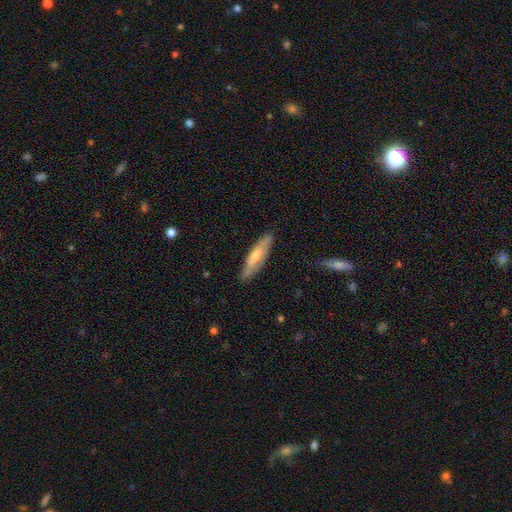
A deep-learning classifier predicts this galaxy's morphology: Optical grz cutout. It shows a smooth galaxy with no disk features (52%) that is cigar-shaped (73%). Merging: none (83%).